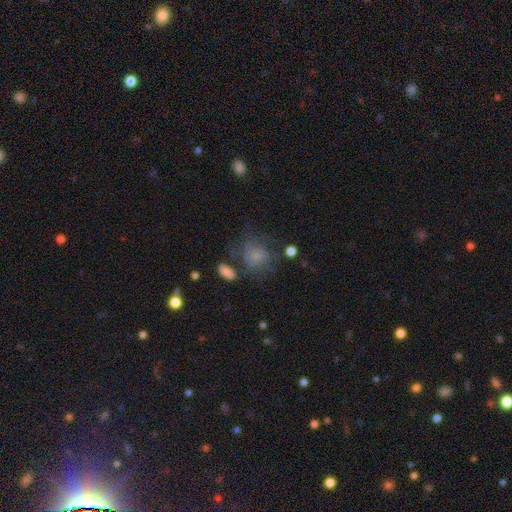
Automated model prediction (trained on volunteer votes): A smooth galaxy with no disk features (50%) that is round (70%).

Vote fractions:
- Smooth or featured? smooth: 50% / featured or disk: 37% / star or artifact: 13%
- How rounded? round: 70% / in between: 29% / cigar-shaped: 1%
- Merging? none: 46% / major disturbance: 24% / minor disturbance: 23% / merger: 7%